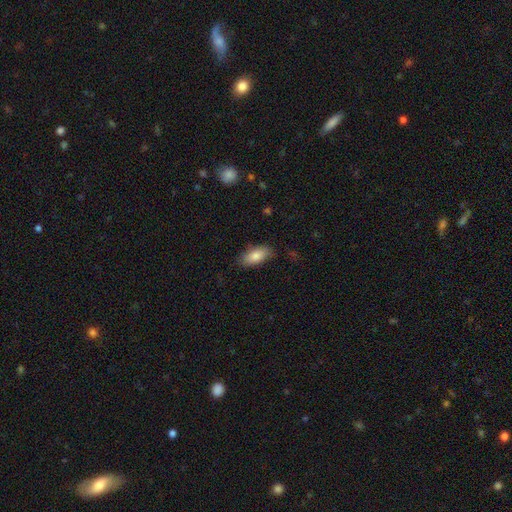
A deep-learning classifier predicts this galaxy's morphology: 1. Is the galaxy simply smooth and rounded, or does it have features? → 82% smooth, 11% featured or disk, 7% star or artifact.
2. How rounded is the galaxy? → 87% in between, 11% cigar-shaped, 3% round.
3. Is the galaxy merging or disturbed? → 82% none, 14% minor disturbance, 3% major disturbance, 1% merger.